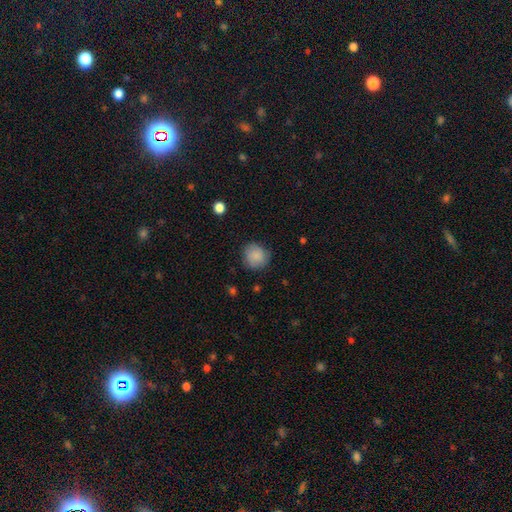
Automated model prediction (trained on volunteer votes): smooth_or_featured: smooth (p=0.85) [alt: featured or disk p=0.08]
how_rounded: round (p=0.88) [alt: in between p=0.11]
merging: none (p=0.80) [alt: minor disturbance p=0.15]